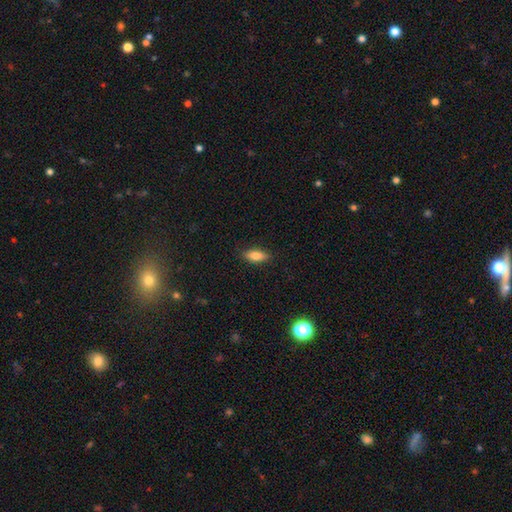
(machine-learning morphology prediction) The model was most divided on "how rounded": in between: 77%, cigar-shaped: 20%, round: 3%. More confident: merging — none (87%); smooth or featured — smooth (81%).